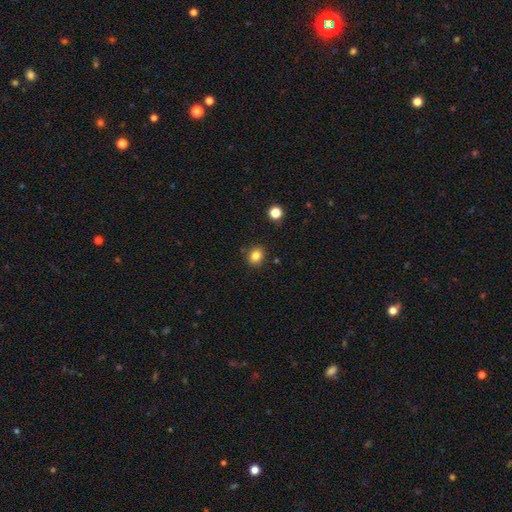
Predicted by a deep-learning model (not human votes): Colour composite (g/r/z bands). It shows a smooth galaxy with no disk features (83%) that is round (69%). Merging: none (87%).